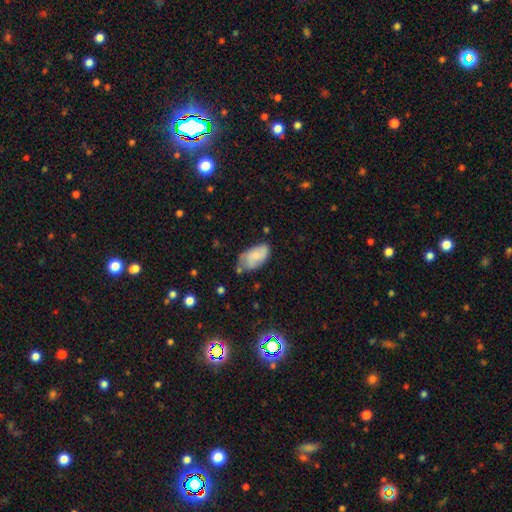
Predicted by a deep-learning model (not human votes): Q: Smooth or featured?
A: smooth (63%); runner-up: featured or disk (30%)
Q: How rounded?
A: in between (93%); runner-up: round (4%)
Q: Merging?
A: none (49%); runner-up: minor disturbance (34%)